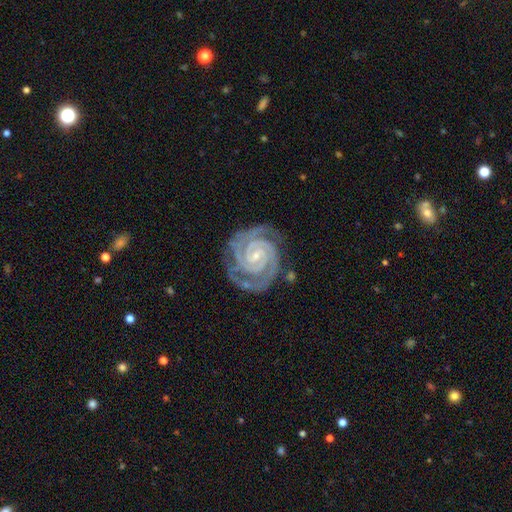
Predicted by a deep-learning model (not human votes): A featured or disk galaxy (94%) with a weak bar (39%), 2 (71%) tight (85%) spiral arms (99%) and a small central bulge (80%). Merging: none (78%).